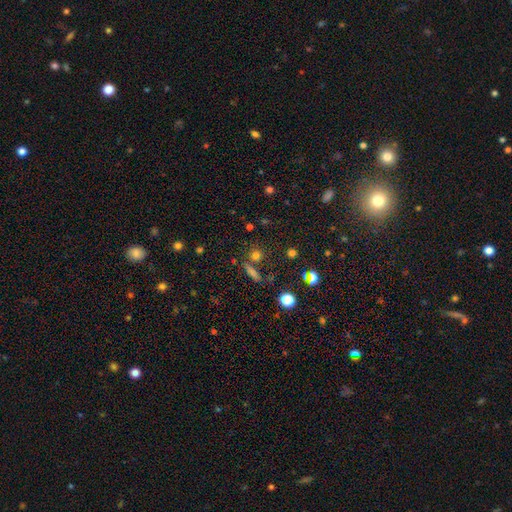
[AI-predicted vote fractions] This appears to be a smooth galaxy with no disk features (70%) that is round (81%). Merging: none (73%).